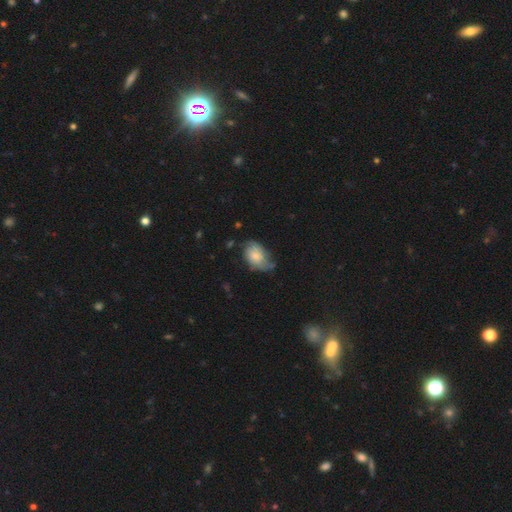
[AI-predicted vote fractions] Smooth or featured? Predicted: smooth (p=0.65). How rounded? Predicted: in between (p=0.86). Merging? Predicted: none (p=0.45).